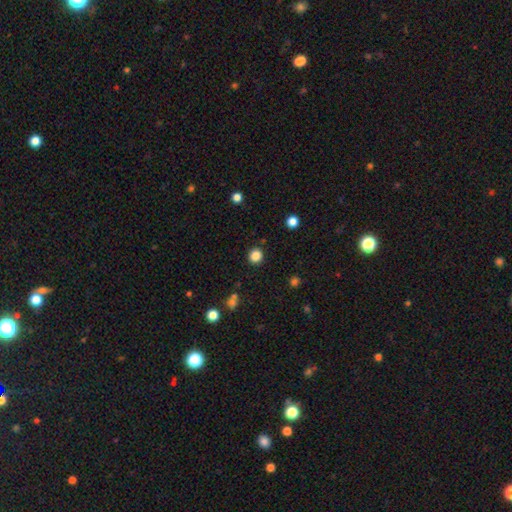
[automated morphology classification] This is clearly a smooth galaxy (85%). How rounded: clearly round (90%). Merging: clearly none (90%).